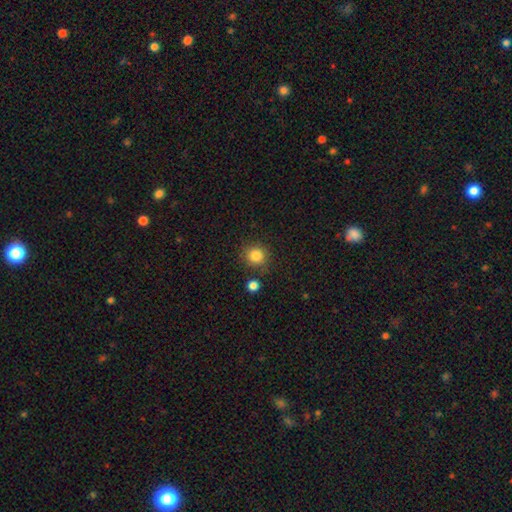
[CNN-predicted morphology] The model was most divided on "merging": none: 82%, minor disturbance: 10%, merger: 5%, major disturbance: 3%. More confident: how rounded — round (89%); smooth or featured — smooth (84%).